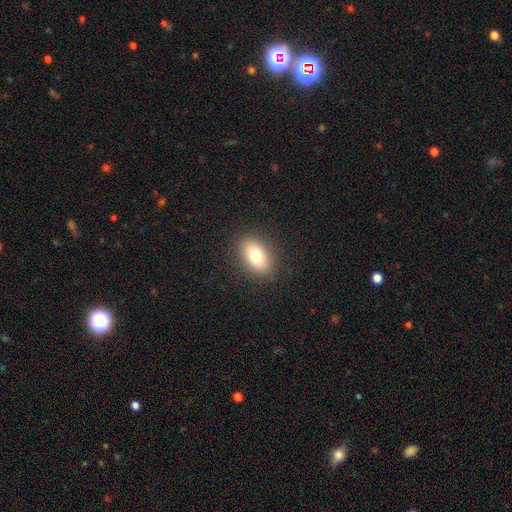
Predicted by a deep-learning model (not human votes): smooth 78%, featured or disk 13%, star or artifact 9%. Down the decision tree: how rounded — in between (85%); merging — none (88%).